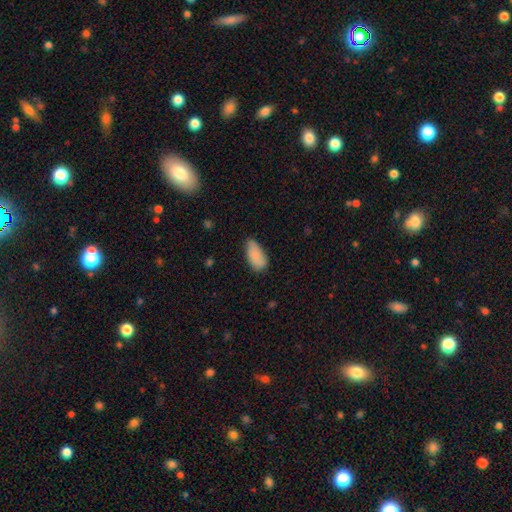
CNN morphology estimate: A smooth galaxy with no disk features (86%) that is in between round and cigar-shaped (93%).

Vote fractions:
- Smooth or featured? smooth: 86% / featured or disk: 8% / star or artifact: 7%
- How rounded? in between: 93% / cigar-shaped: 5% / round: 3%
- Merging? none: 56% / minor disturbance: 36% / major disturbance: 7% / merger: 2%